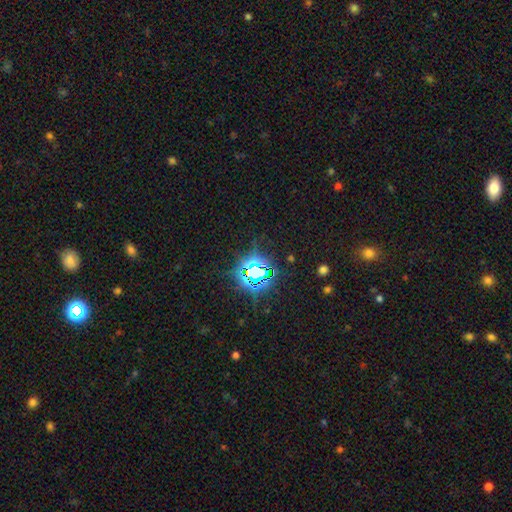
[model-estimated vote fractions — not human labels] smooth-or-featured: star or artifact: 80% | smooth: 12% | featured or disk: 8%